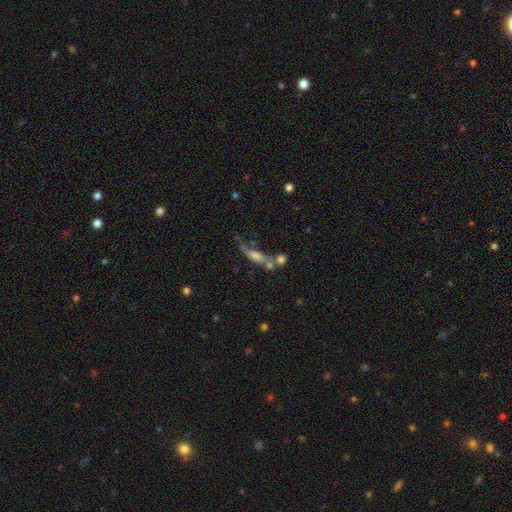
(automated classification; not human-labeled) Smooth or featured?
  - featured or disk: 44% *
  - smooth: 42%
  - star or artifact: 14%
Merging?
  - merger: 34% *
  - none: 30%
  - major disturbance: 20%
  - minor disturbance: 16%